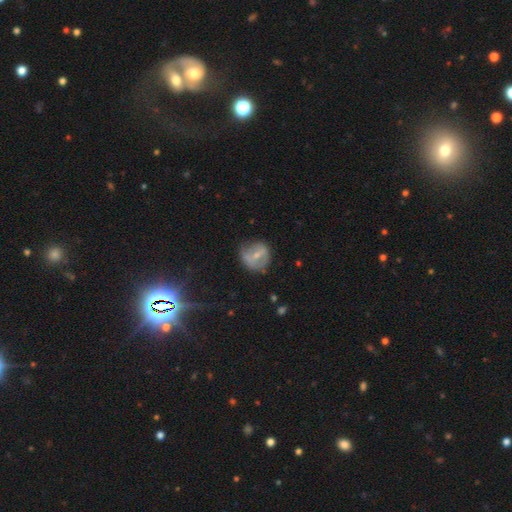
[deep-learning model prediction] Morphology: type=featured or disk (49%); merging=none (59%).